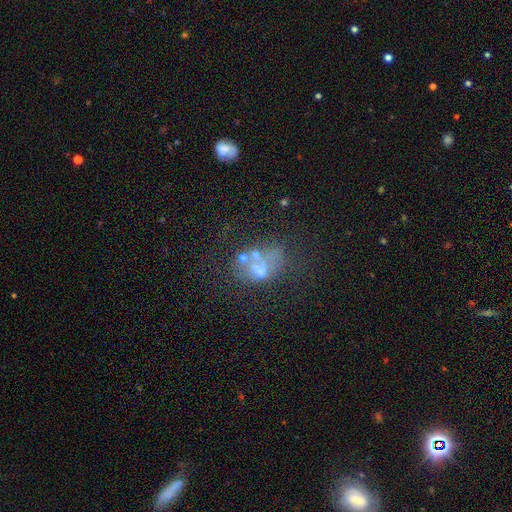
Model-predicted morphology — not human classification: Smooth or featured? featured or disk (51%)
Edge-on disk? no (98%)
Bar? no (91%)
Spiral arms? no (95%)
Bulge size? none (60%)
Merging? merger (32%)